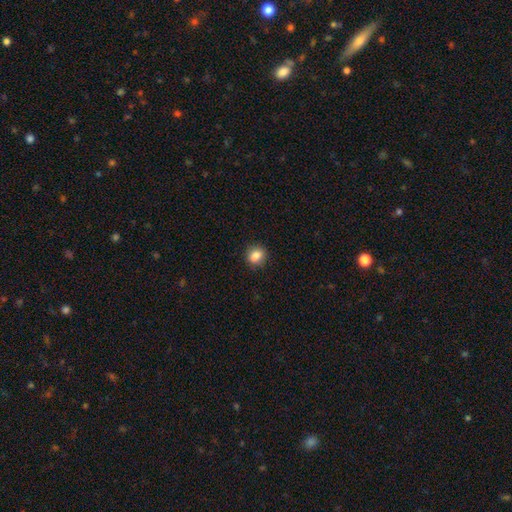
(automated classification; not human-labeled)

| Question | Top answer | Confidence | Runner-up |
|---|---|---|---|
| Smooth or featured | smooth | 86% | star or artifact (10%) |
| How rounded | round | 63% | in between (35%) |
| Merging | none | 88% | minor disturbance (9%) |